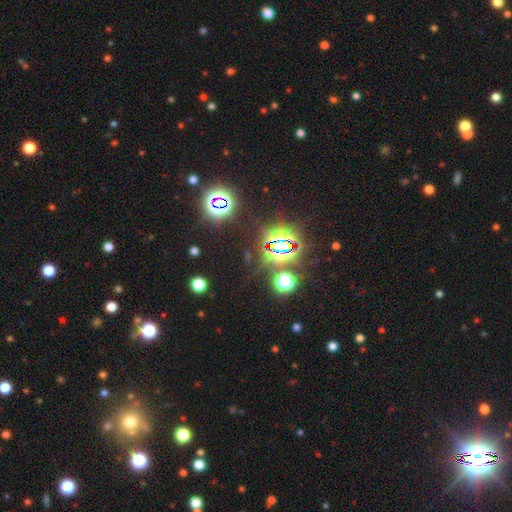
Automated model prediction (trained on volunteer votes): The model was most divided on "smooth or featured": star or artifact: 77%, smooth: 16%, featured or disk: 7%.